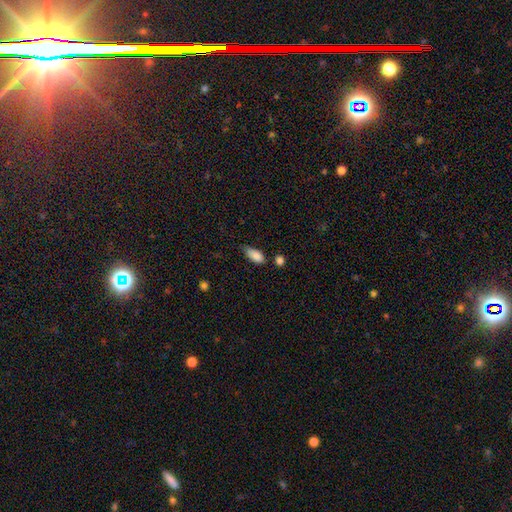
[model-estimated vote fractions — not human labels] Smooth or featured?
  - smooth: 86% *
  - star or artifact: 8%
  - featured or disk: 7%
How rounded?
  - in between: 87% *
  - cigar-shaped: 10%
  - round: 4%
Merging?
  - none: 48% *
  - minor disturbance: 37%
  - major disturbance: 8%
  - merger: 7%